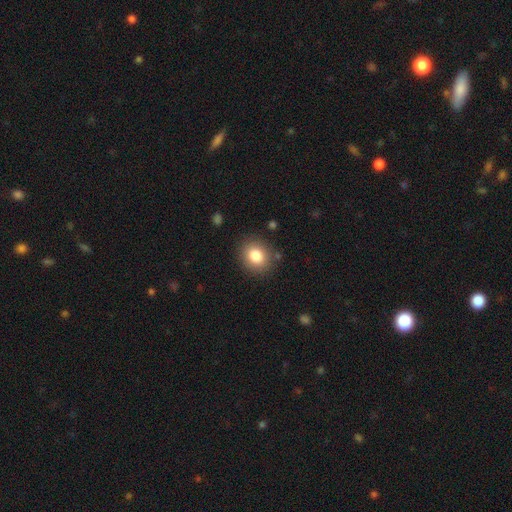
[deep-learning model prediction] A smooth galaxy with no disk features (81%) that is round (72%). Merging: none (86%).